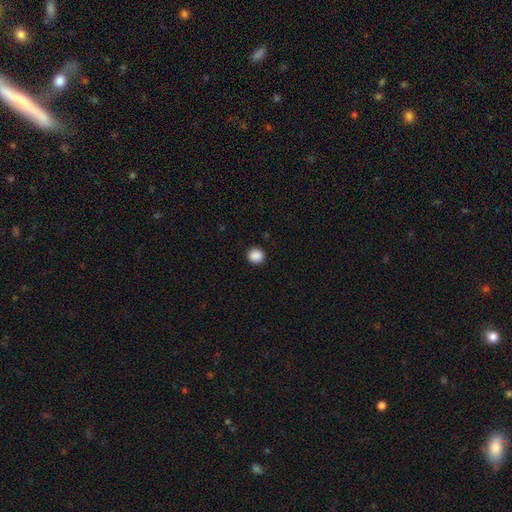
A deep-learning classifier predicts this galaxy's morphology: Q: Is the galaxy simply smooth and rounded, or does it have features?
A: smooth — 89%.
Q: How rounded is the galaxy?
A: round — 89%.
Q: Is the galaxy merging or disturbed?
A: none — 92%.